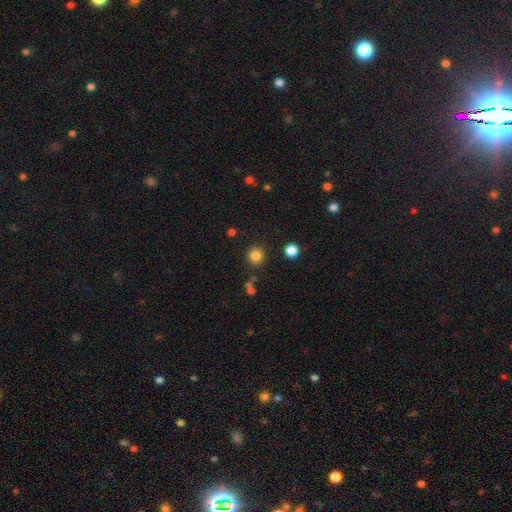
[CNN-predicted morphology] Smooth or featured: smooth — 83% (star or artifact — 13%)
How rounded: round — 93% (in between — 6%)
Merging: none — 88% (minor disturbance — 6%)